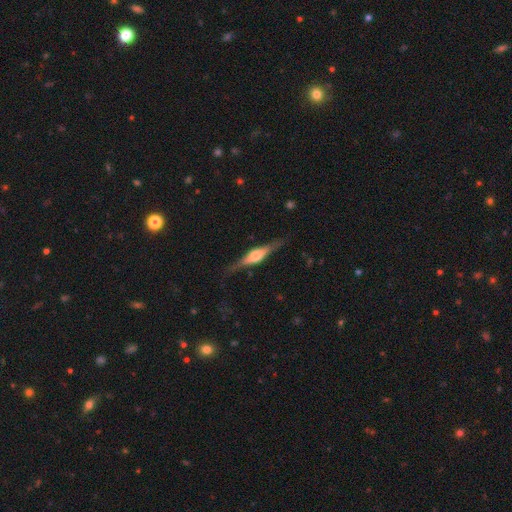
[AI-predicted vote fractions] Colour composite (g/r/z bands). It shows a featured or disk galaxy (73%) viewed edge-on (96%) with a rounded central bulge (76%). Merging: none (82%).